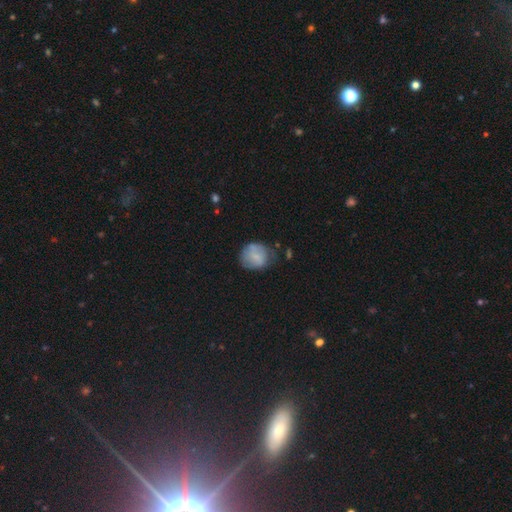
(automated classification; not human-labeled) smooth 68%, featured or disk 24%, star or artifact 8%. Down the decision tree: how rounded — round (70%); merging — none (55%).